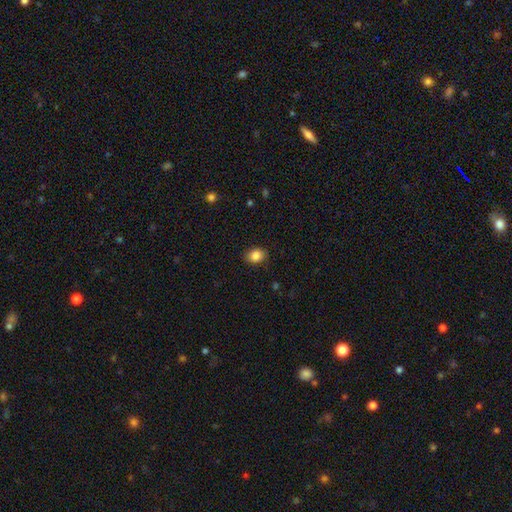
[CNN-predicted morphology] This is clearly a smooth galaxy (86%). How rounded: possibly in between (54%). Merging: clearly none (88%).